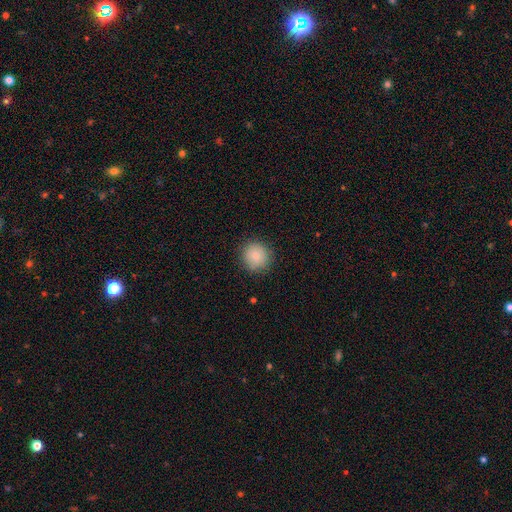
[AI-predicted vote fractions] This appears to be a smooth galaxy with no disk features (87%) that is round (92%). Merging: none (89%).